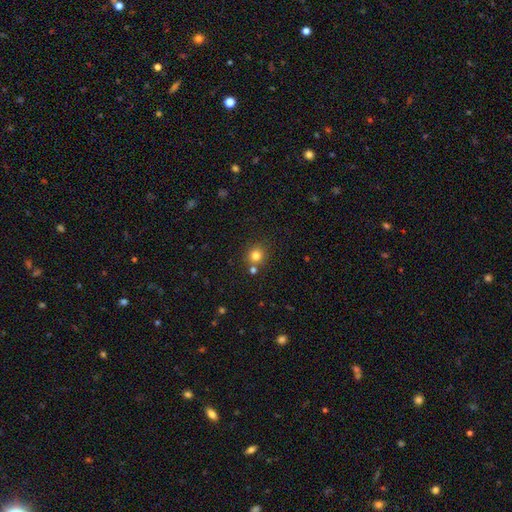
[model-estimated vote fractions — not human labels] A smooth galaxy with no disk features (80%) that is round (91%).

Vote fractions:
- Smooth or featured? smooth: 80% / star or artifact: 14% / featured or disk: 6%
- How rounded? round: 91% / in between: 8% / cigar-shaped: 1%
- Merging? none: 75% / merger: 14% / minor disturbance: 8% / major disturbance: 3%